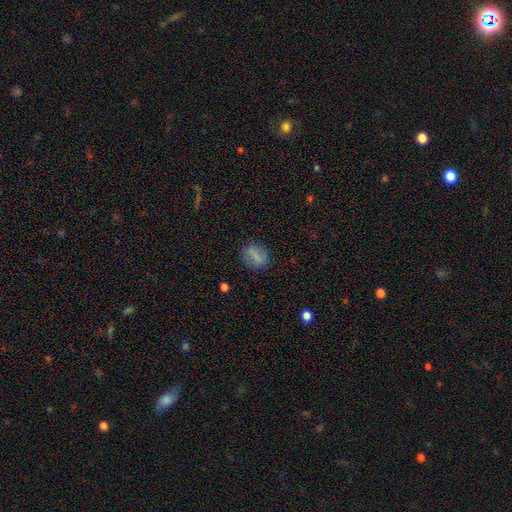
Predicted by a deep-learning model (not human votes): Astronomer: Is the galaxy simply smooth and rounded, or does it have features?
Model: smooth — 74%.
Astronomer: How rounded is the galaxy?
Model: in between — 58% (runner-up: round, 39%).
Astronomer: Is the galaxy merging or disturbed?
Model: none — 83%.